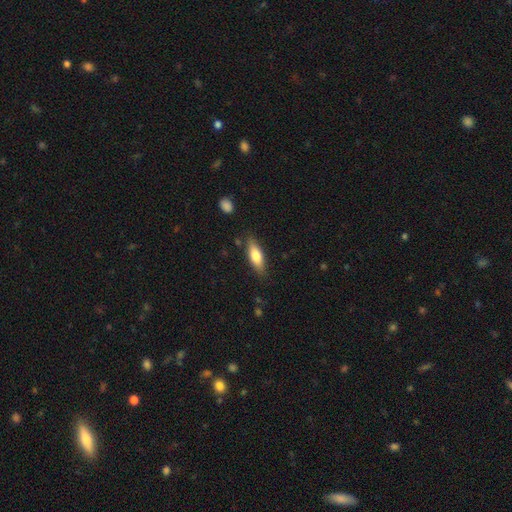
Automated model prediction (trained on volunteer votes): smooth_or_featured: smooth (p=0.69) [alt: featured or disk p=0.25]
how_rounded: in between (p=0.59) [alt: cigar-shaped p=0.39]
merging: none (p=0.81) [alt: minor disturbance p=0.14]